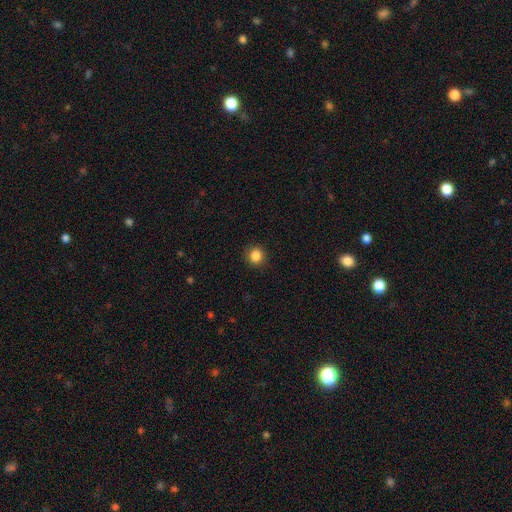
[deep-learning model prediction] Overall: smooth (86%). How rounded: round (85%). Merging: none (90%).